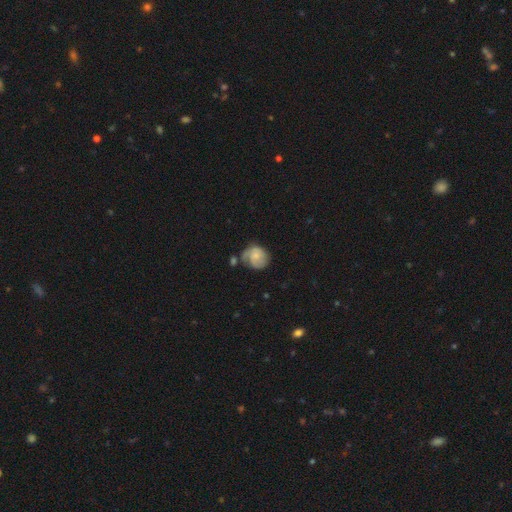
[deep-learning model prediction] smooth-or-featured: featured or disk: 48% | smooth: 44% | star or artifact: 7%
  merging: none: 47% | minor disturbance: 27% | major disturbance: 15% | merger: 12%